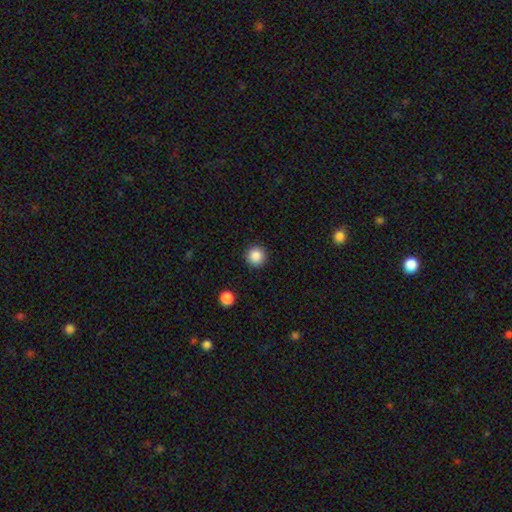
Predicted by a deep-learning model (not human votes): smooth_or_featured: smooth (p=0.87) [alt: star or artifact p=0.10]
how_rounded: round (p=0.96) [alt: in between p=0.03]
merging: none (p=0.92) [alt: minor disturbance p=0.05]